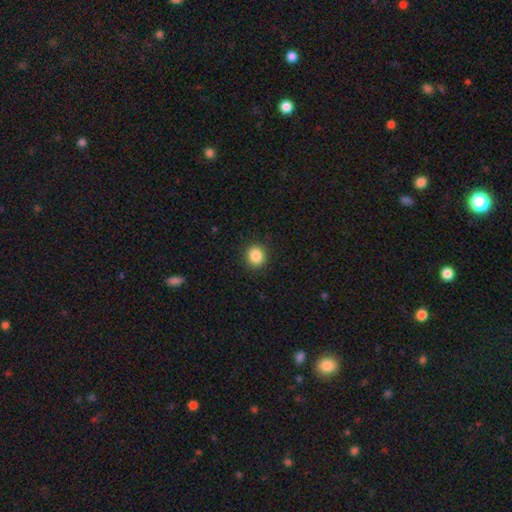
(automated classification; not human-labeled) Smooth or featured?
  - smooth: 87% *
  - star or artifact: 9%
  - featured or disk: 4%
How rounded?
  - round: 79% *
  - in between: 20%
  - cigar-shaped: 1%
Merging?
  - none: 91% *
  - minor disturbance: 6%
  - major disturbance: 2%
  - merger: 1%